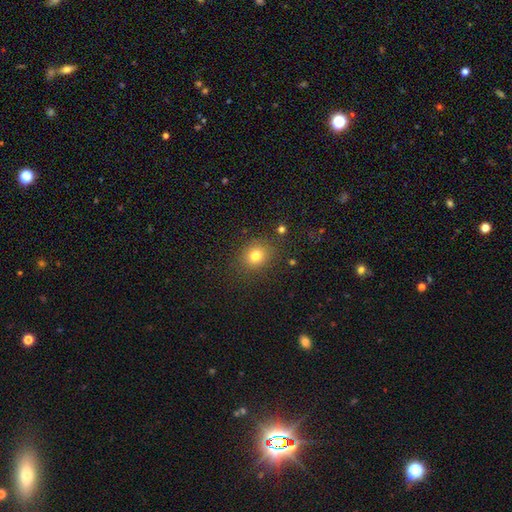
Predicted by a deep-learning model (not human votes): Smooth or featured?
  - smooth: 79% *
  - star or artifact: 13%
  - featured or disk: 8%
How rounded?
  - round: 72% *
  - in between: 27%
  - cigar-shaped: 1%
Merging?
  - none: 83% *
  - minor disturbance: 11%
  - major disturbance: 4%
  - merger: 3%